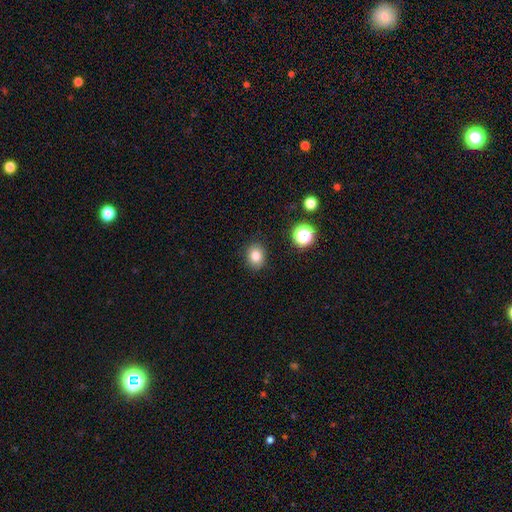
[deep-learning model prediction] Smooth or featured: smooth — 81% (star or artifact — 12%)
How rounded: round — 56% (in between — 43%)
Merging: none — 88% (minor disturbance — 8%)